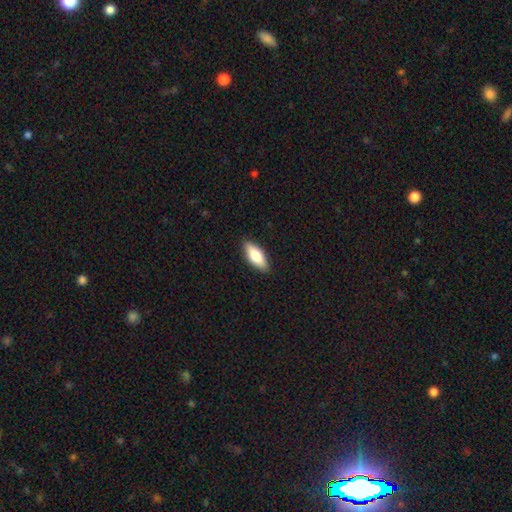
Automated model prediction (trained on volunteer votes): smooth 75%, featured or disk 19%, star or artifact 6%. Down the decision tree: how rounded — in between (76%); merging — none (88%).